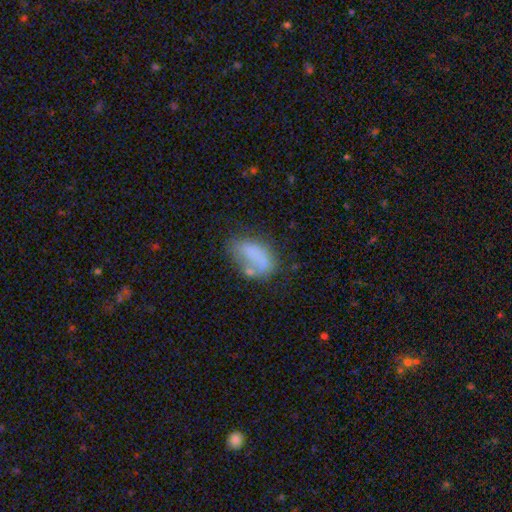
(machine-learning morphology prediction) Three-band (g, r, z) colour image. It shows a smooth galaxy with no disk features (67%) that is in between round and cigar-shaped (89%). Merging: none (38%).